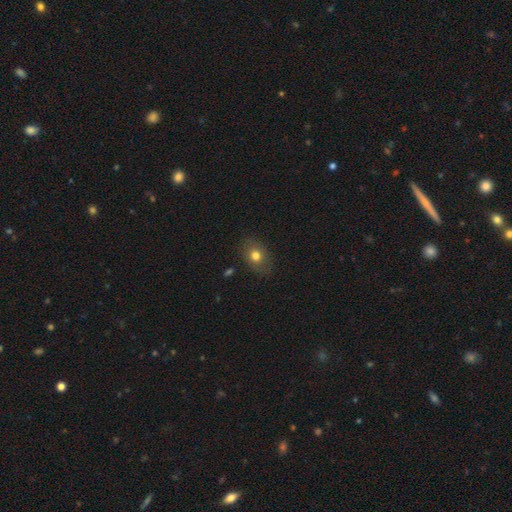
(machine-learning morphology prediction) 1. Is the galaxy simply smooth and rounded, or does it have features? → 75% smooth, 15% featured or disk, 11% star or artifact.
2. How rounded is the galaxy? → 64% in between, 34% round, 1% cigar-shaped.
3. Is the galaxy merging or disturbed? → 82% none, 13% minor disturbance, 4% major disturbance, 2% merger.